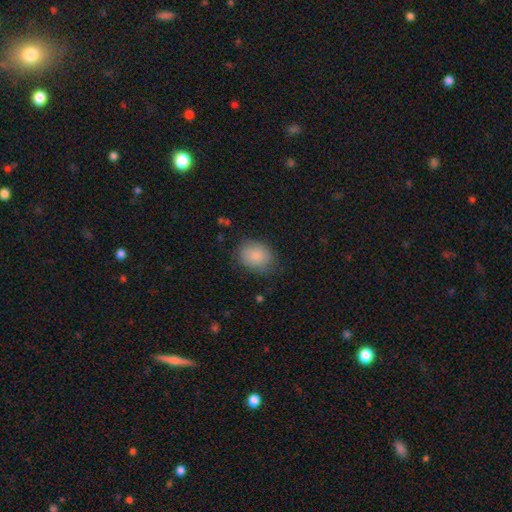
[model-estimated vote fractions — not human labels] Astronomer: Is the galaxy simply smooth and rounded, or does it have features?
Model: smooth — 85%.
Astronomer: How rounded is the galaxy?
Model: in between — 54% (runner-up: round, 45%).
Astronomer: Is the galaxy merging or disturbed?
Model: none — 74%.